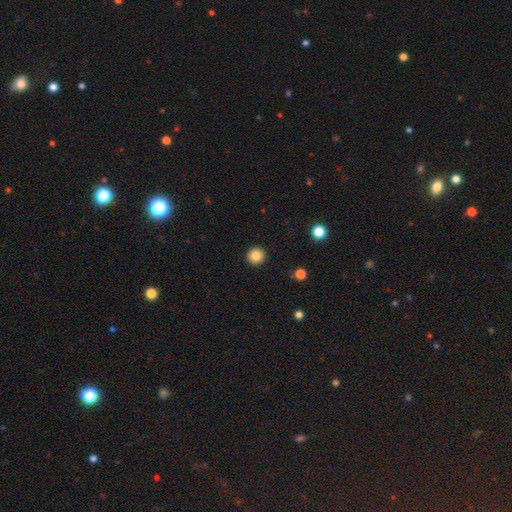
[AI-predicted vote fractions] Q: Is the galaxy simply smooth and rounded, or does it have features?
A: smooth — 85%.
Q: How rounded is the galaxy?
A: round — 96%.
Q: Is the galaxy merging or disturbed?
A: none — 93%.